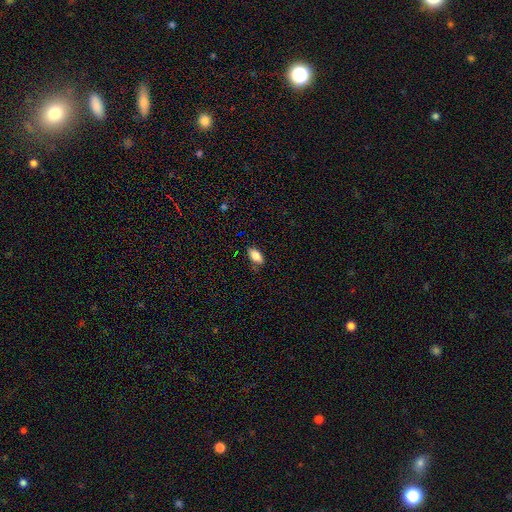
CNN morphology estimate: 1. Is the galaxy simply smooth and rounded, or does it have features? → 86% smooth, 8% star or artifact, 7% featured or disk.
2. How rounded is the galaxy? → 91% in between, 6% cigar-shaped, 3% round.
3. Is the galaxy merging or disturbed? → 80% none, 15% minor disturbance, 3% major disturbance, 1% merger.